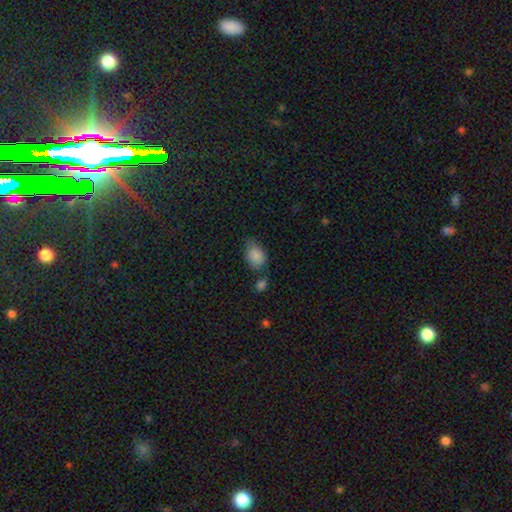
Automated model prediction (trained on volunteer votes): Smooth or featured? Predicted: smooth (p=0.85). How rounded? Predicted: in between (p=0.73). Merging? Predicted: none (p=0.56).